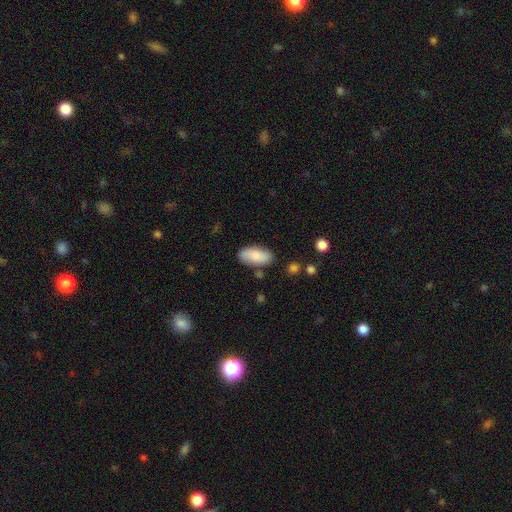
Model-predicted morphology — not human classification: Smooth or featured? Predicted: smooth (p=0.83). How rounded? Predicted: in between (p=0.89). Merging? Predicted: none (p=0.80).